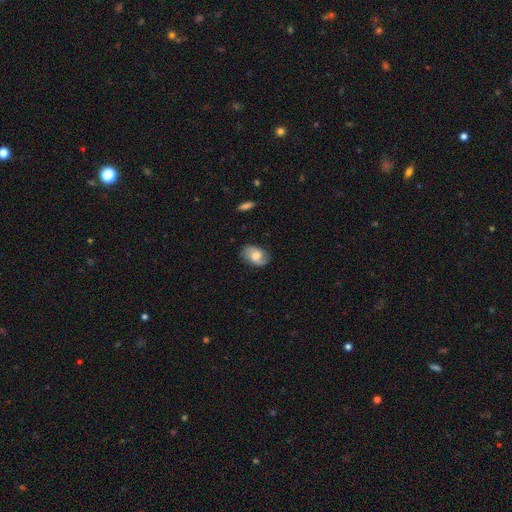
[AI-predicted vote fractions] Q: Smooth or featured?
A: featured or disk (53%); runner-up: smooth (40%)
Q: Edge-on disk?
A: no (96%); runner-up: yes (4%)
Q: Bar?
A: no (52%); runner-up: weak (41%)
Q: Spiral arms?
A: yes (88%); runner-up: no (12%)
Q: Bulge size?
A: moderate (57%); runner-up: large (20%)
Q: Merging?
A: none (75%); runner-up: minor disturbance (18%)